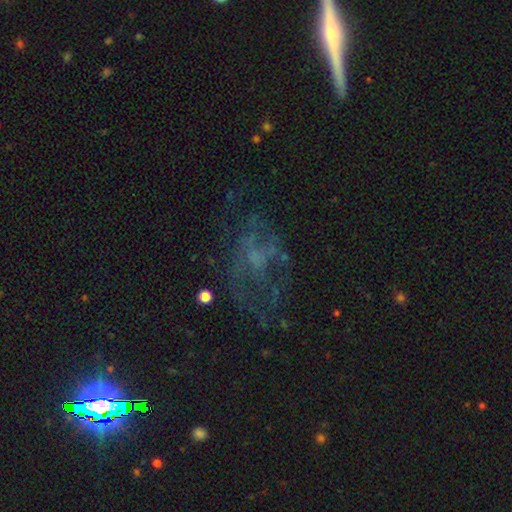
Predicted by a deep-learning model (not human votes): Smooth or featured? featured or disk (54%)
Edge-on disk? no (96%)
Bar? no (82%)
Spiral arms? no (73%)
Bulge size? none (52%)
Merging? none (46%)